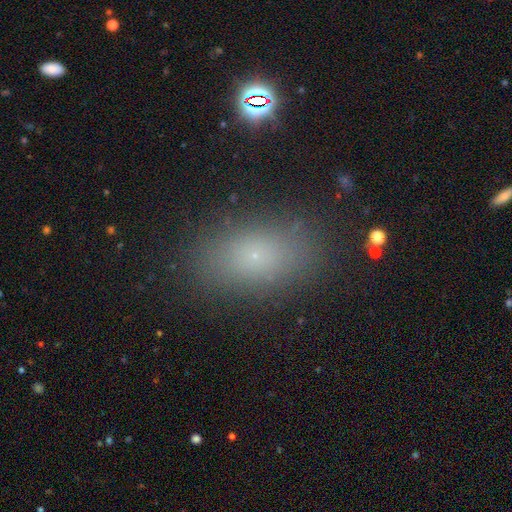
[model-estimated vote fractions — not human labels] The model was most divided on "smooth or featured": smooth: 69%, star or artifact: 17%, featured or disk: 13%. More confident: how rounded — in between (86%); merging — none (85%).